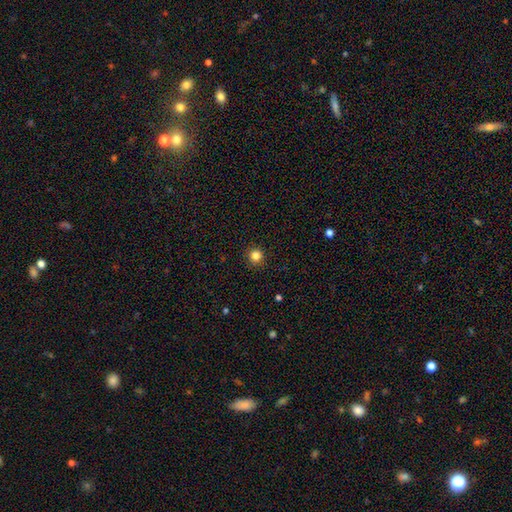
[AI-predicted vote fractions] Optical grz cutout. It shows a smooth galaxy with no disk features (83%) that is round (95%). Merging: none (92%).